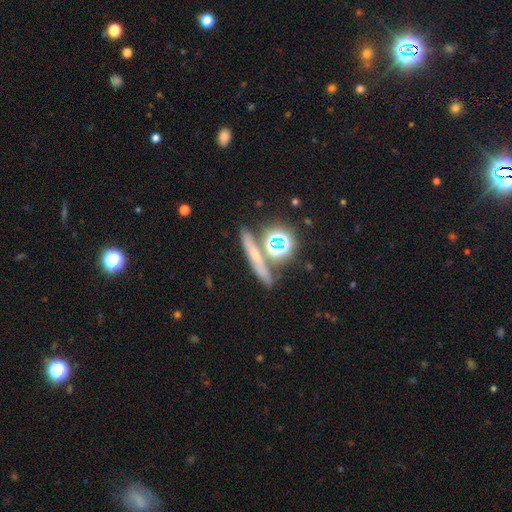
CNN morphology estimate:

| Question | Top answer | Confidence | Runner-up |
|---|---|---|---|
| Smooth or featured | smooth | 41% | star or artifact (32%) |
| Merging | none | 75% | merger (12%) |